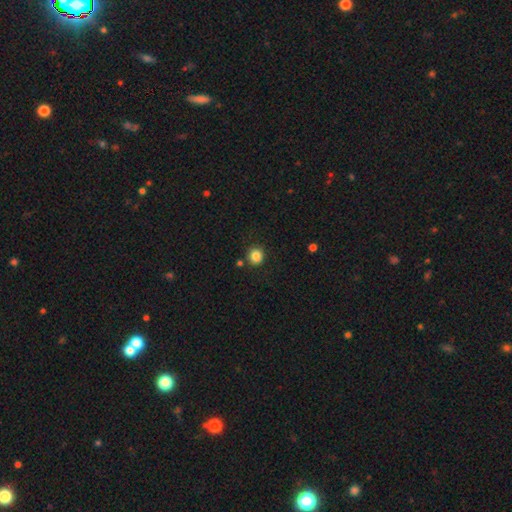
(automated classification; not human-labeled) Smooth or featured? Predicted: smooth (p=0.85). How rounded? Predicted: round (p=0.87). Merging? Predicted: none (p=0.85).